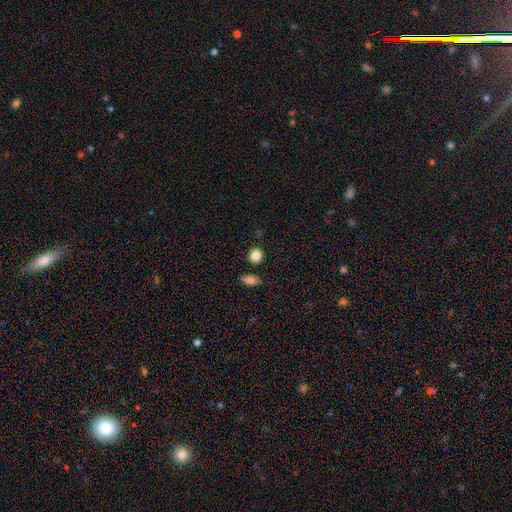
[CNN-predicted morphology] Smooth or featured? Predicted: smooth (p=0.85). How rounded? Predicted: round (p=0.80). Merging? Predicted: none (p=0.85).